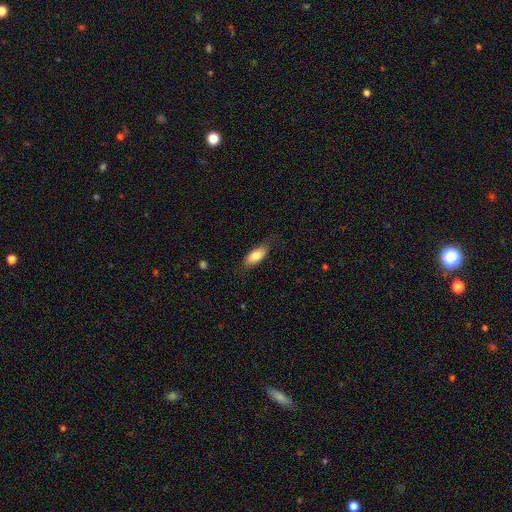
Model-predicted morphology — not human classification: A smooth galaxy with no disk features (79%) that is in between round and cigar-shaped (84%). Merging: none (74%).